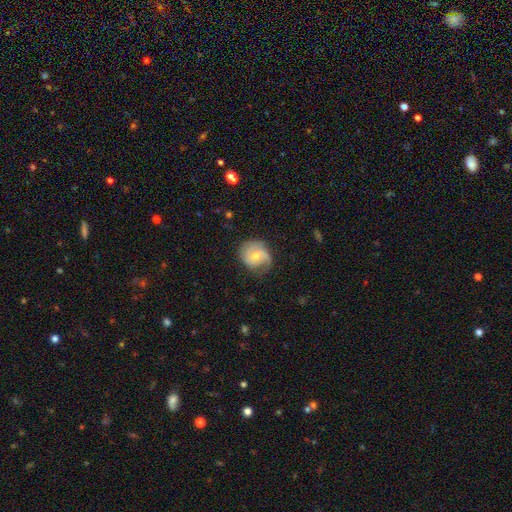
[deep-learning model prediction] Q: Smooth or featured?
A: featured or disk (68%); runner-up: smooth (25%)
Q: Edge-on disk?
A: no (97%); runner-up: yes (3%)
Q: Bar?
A: no (60%); runner-up: weak (34%)
Q: Spiral arms?
A: yes (90%); runner-up: no (10%)
Q: Spiral winding?
A: tight (40%); runner-up: medium (39%)
Q: Spiral arm count?
A: 2 (51%); runner-up: 1 (19%)
Q: Bulge size?
A: moderate (53%); runner-up: small (43%)
Q: Merging?
A: none (65%); runner-up: minor disturbance (24%)